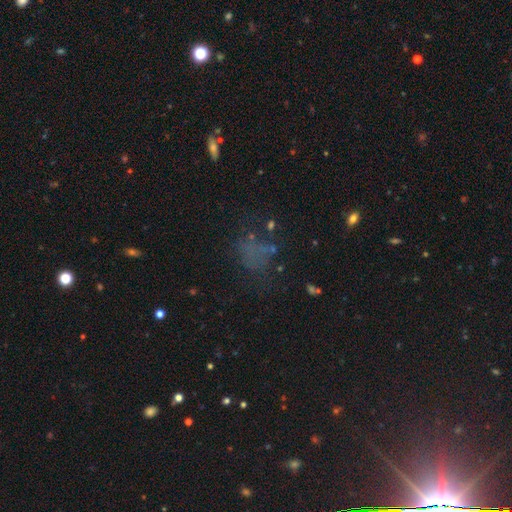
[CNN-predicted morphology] smooth_or_featured: smooth (p=0.42) [alt: star or artifact p=0.35]
merging: none (p=0.56) [alt: major disturbance p=0.21]